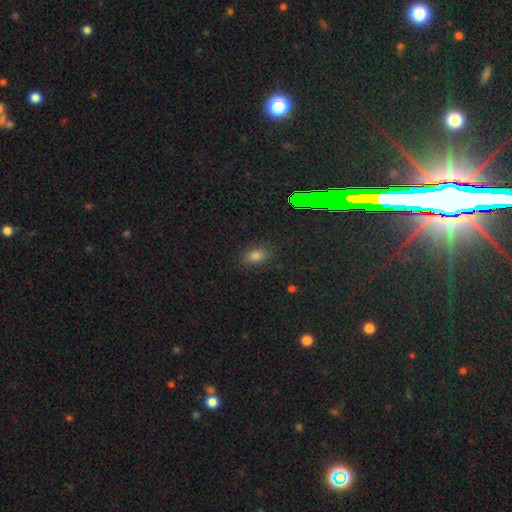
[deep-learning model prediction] Smooth or featured?
  - smooth: 74% *
  - star or artifact: 20%
  - featured or disk: 7%
How rounded?
  - in between: 79% *
  - round: 19%
  - cigar-shaped: 2%
Merging?
  - none: 85% *
  - minor disturbance: 10%
  - major disturbance: 3%
  - merger: 1%